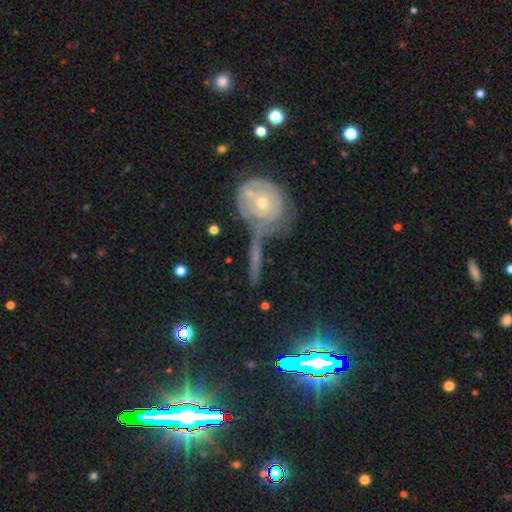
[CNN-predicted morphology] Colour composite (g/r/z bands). It shows a featured or disk galaxy (50%). Merging: none (51%).